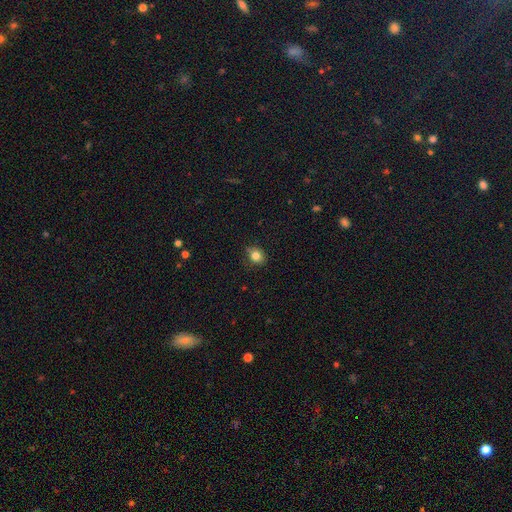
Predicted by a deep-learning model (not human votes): This is clearly a smooth galaxy (83%). How rounded: likely round (66%). Merging: likely none (79%).